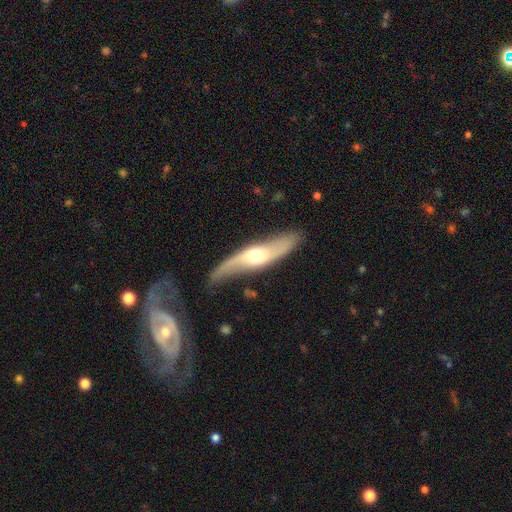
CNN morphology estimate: Overall: featured or disk (70%). Edge-on disk: no (58%; yes 42%). Merging: none (71%).